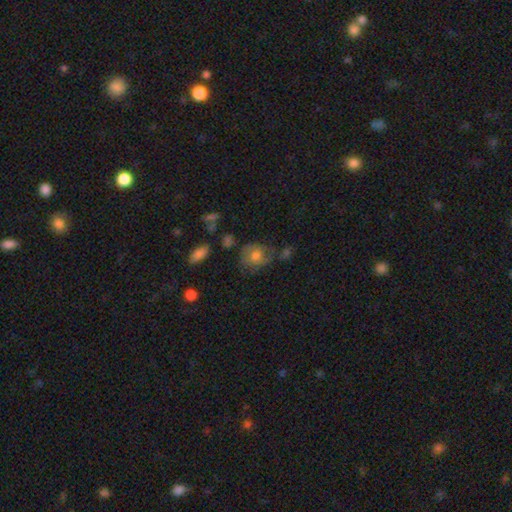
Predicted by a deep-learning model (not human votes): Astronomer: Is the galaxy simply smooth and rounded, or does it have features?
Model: smooth — 56% (runner-up: featured or disk, 36%).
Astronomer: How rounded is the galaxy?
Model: round — 56% (runner-up: in between, 42%).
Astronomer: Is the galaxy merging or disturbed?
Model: none — 47% (runner-up: minor disturbance, 28%).